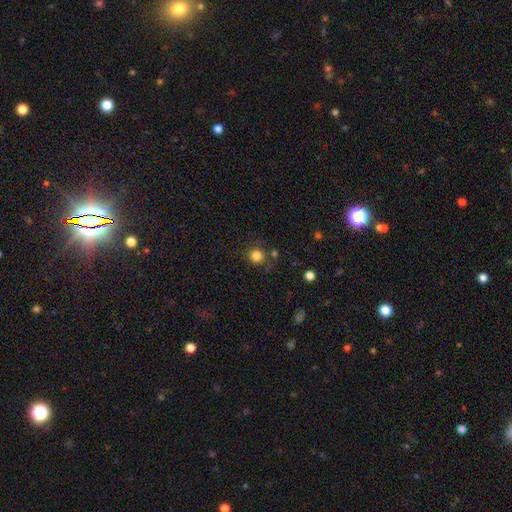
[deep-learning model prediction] Smooth or featured?
  - smooth: 82% *
  - star or artifact: 12%
  - featured or disk: 5%
How rounded?
  - round: 92% *
  - in between: 7%
  - cigar-shaped: 1%
Merging?
  - none: 77% *
  - minor disturbance: 11%
  - merger: 7%
  - major disturbance: 5%